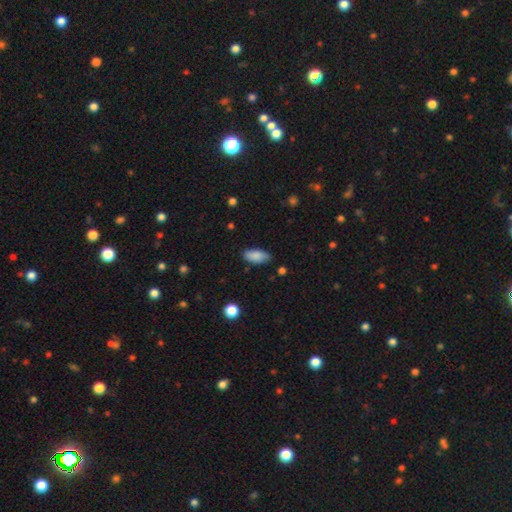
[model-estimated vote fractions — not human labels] Q: Smooth or featured?
A: smooth (87%); runner-up: star or artifact (7%)
Q: How rounded?
A: in between (90%); runner-up: cigar-shaped (7%)
Q: Merging?
A: none (82%); runner-up: minor disturbance (14%)